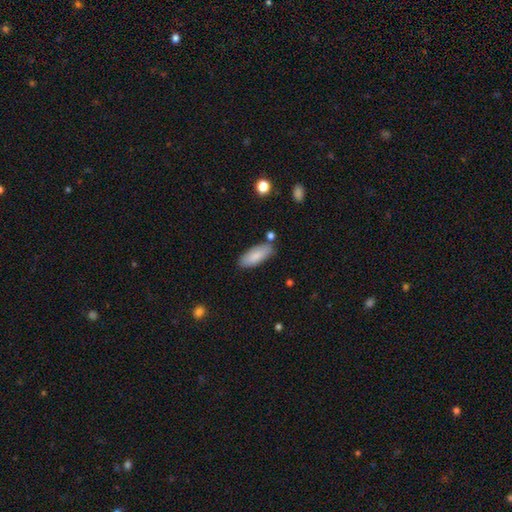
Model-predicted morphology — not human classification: Smooth or featured? Predicted: smooth (p=0.85). How rounded? Predicted: in between (p=0.76). Merging? Predicted: none (p=0.78).